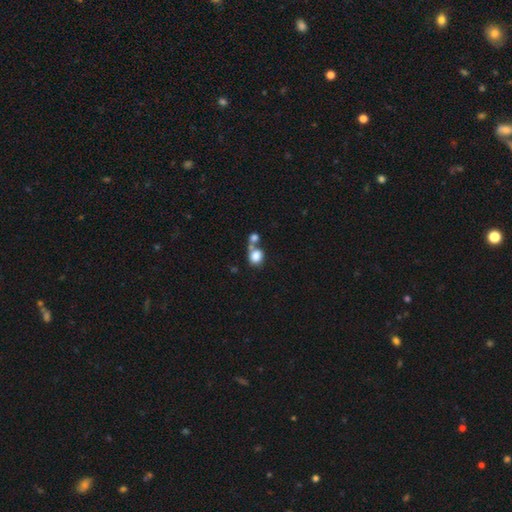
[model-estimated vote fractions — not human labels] Morphology: type=smooth (82%); roundness=round (65%); merging=merger (48%).